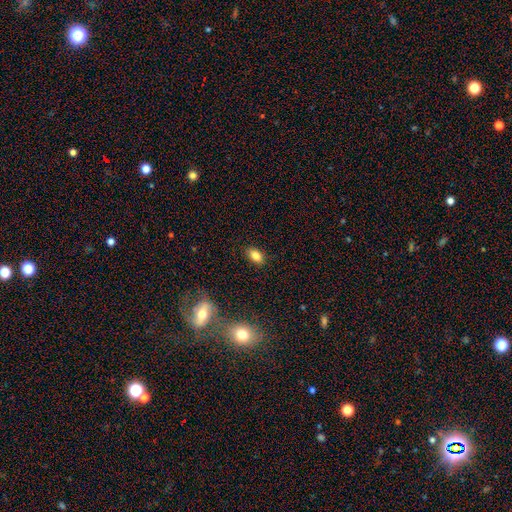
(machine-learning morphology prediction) A smooth galaxy with no disk features (83%) that is in between round and cigar-shaped (89%).

Vote fractions:
- Smooth or featured? smooth: 83% / star or artifact: 10% / featured or disk: 7%
- How rounded? in between: 89% / round: 9% / cigar-shaped: 3%
- Merging? none: 87% / minor disturbance: 9% / major disturbance: 2% / merger: 1%